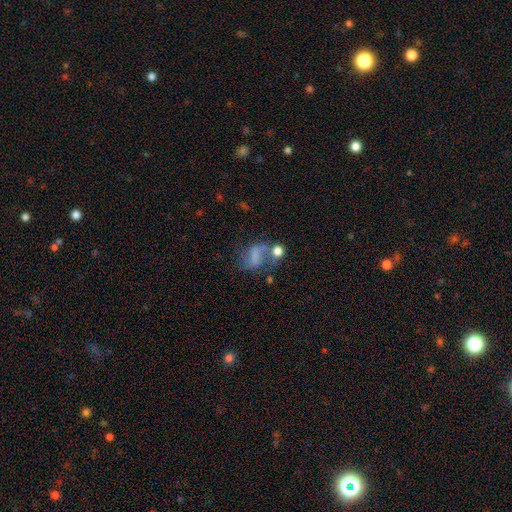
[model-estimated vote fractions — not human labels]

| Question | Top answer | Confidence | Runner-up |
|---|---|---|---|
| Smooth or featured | smooth | 44% | featured or disk (39%) |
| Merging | none | 33% | major disturbance (26%) |